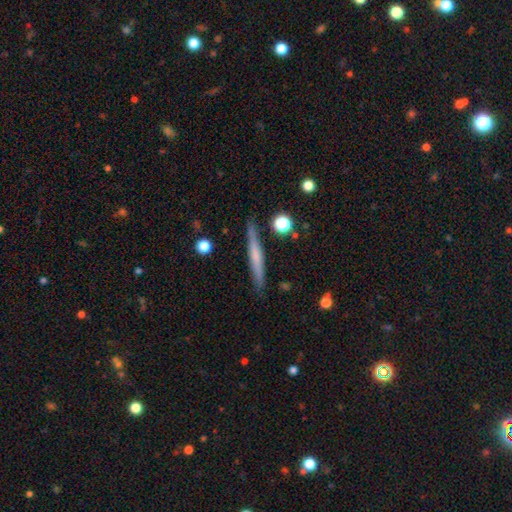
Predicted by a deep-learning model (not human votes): smooth 50%, featured or disk 44%, star or artifact 6%. Down the decision tree: merging — none (88%).